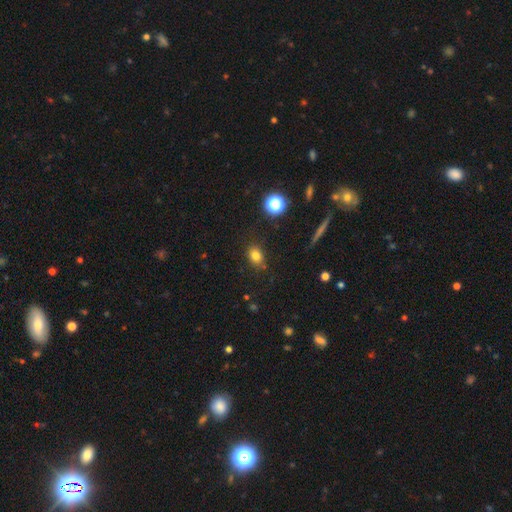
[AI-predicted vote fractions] Morphology: type=smooth (79%); roundness=in between (63%); merging=none (81%).